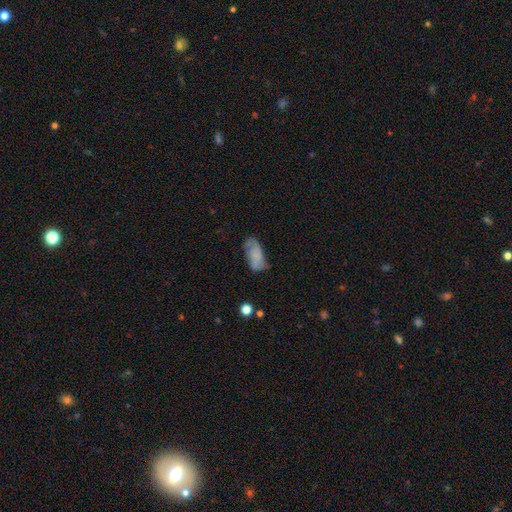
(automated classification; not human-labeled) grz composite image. It shows a smooth galaxy with no disk features (63%) that is in between round and cigar-shaped (91%). Merging: none (54%).